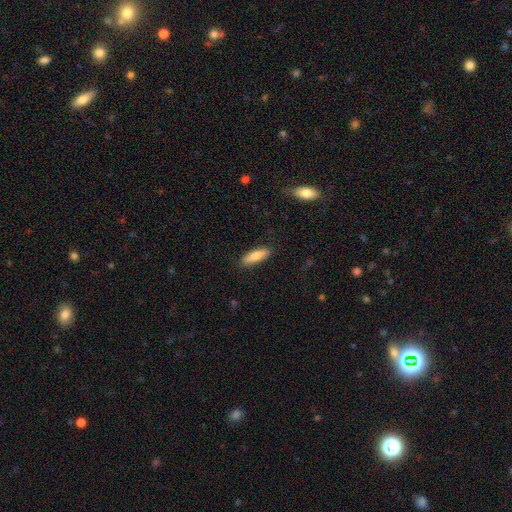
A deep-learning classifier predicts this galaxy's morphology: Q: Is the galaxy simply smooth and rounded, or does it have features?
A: smooth — 79%.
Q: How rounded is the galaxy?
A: cigar-shaped — 54%.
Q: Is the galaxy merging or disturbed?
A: none — 87%.